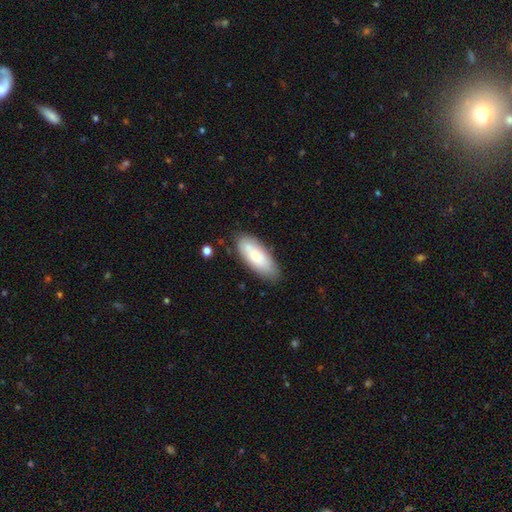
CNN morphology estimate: Smooth or featured? Predicted: smooth (p=0.74). How rounded? Predicted: in between (p=0.77). Merging? Predicted: none (p=0.77).